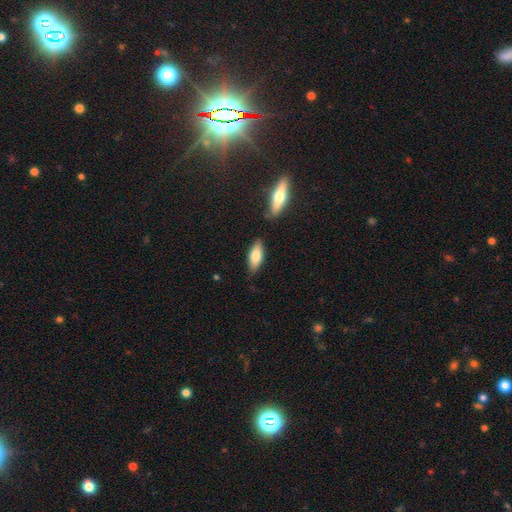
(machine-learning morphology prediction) A smooth galaxy with no disk features (74%) that is in between round and cigar-shaped (75%).

Vote fractions:
- Smooth or featured? smooth: 74% / featured or disk: 20% / star or artifact: 6%
- How rounded? in between: 75% / cigar-shaped: 23% / round: 2%
- Merging? none: 79% / minor disturbance: 13% / merger: 5% / major disturbance: 3%